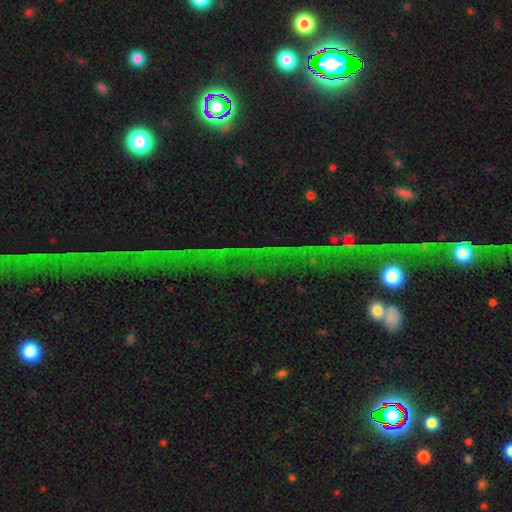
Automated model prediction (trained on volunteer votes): Smooth or featured? star or artifact (80%)